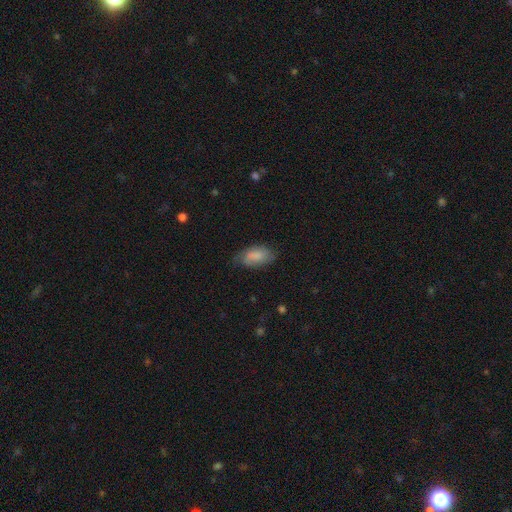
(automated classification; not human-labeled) smooth 80%, featured or disk 13%, star or artifact 7%. Down the decision tree: how rounded — in between (93%); merging — none (62%).